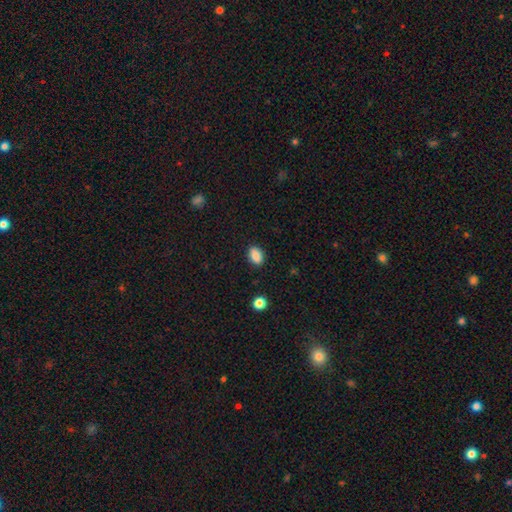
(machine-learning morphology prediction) smooth 87%, star or artifact 9%, featured or disk 4%. Down the decision tree: how rounded — in between (83%); merging — none (87%).